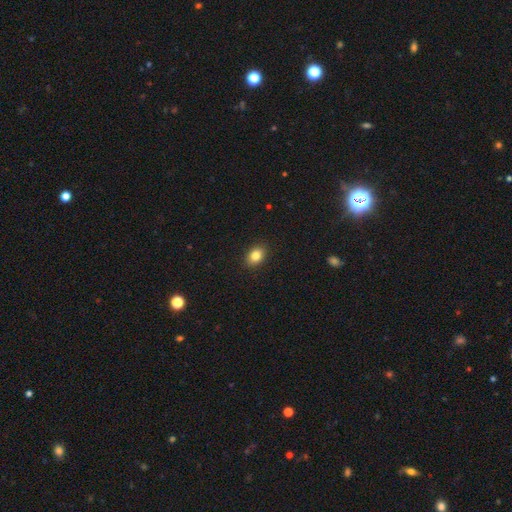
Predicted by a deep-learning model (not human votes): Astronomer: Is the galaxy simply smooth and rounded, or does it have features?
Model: smooth — 84%.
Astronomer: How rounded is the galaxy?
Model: in between — 74%.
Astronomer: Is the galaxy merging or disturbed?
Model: none — 90%.